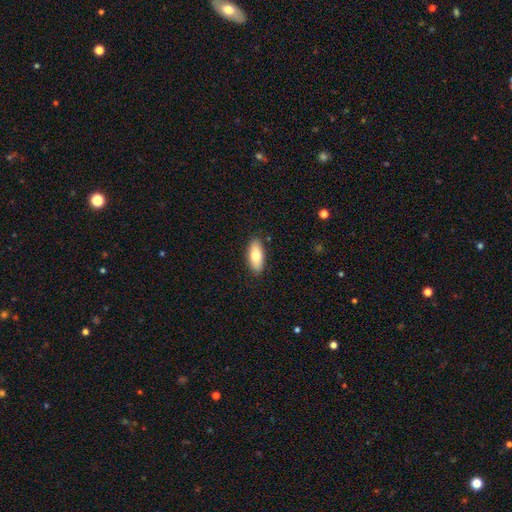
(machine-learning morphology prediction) Smooth or featured? Predicted: smooth (p=0.72). How rounded? Predicted: in between (p=0.84). Merging? Predicted: none (p=0.88).